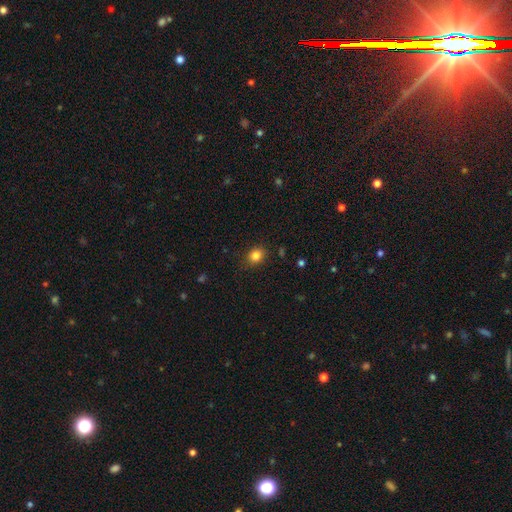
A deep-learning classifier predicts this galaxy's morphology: smooth 84%, star or artifact 11%, featured or disk 5%. Down the decision tree: how rounded — round (60%); merging — none (86%).